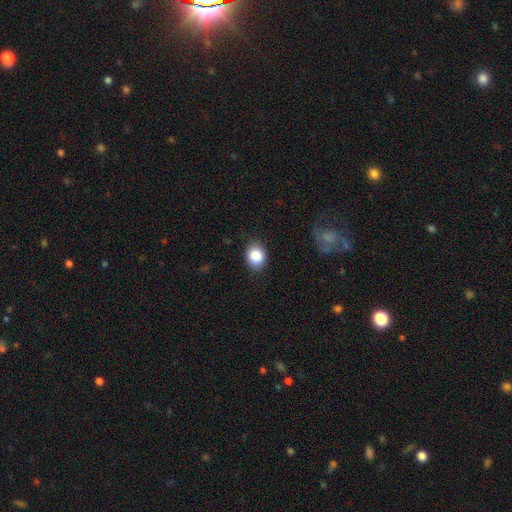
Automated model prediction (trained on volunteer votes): Q: Smooth or featured?
A: smooth (85%); runner-up: star or artifact (9%)
Q: How rounded?
A: round (52%); runner-up: in between (47%)
Q: Merging?
A: none (84%); runner-up: minor disturbance (12%)